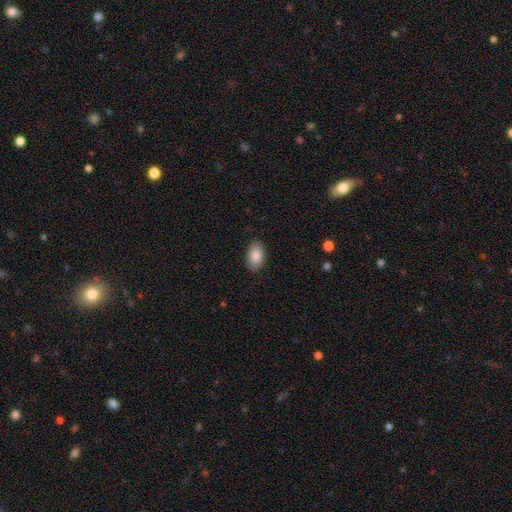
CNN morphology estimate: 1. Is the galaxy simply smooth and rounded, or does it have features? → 86% smooth, 7% featured or disk, 7% star or artifact.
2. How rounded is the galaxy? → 93% in between, 5% round, 1% cigar-shaped.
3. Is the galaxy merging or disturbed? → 88% none, 9% minor disturbance, 2% major disturbance, 1% merger.